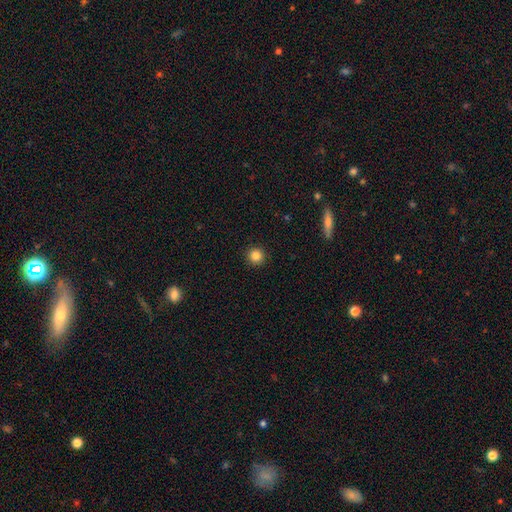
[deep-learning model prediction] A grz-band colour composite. It shows a smooth galaxy with no disk features (84%) that is round (95%). Merging: none (93%).